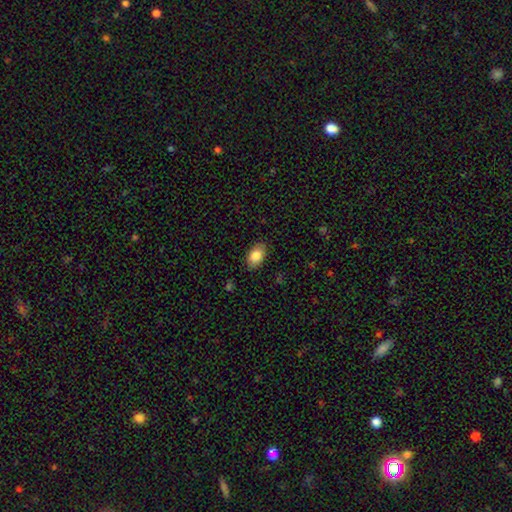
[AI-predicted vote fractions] Smooth or featured: smooth — 85% (featured or disk — 8%)
How rounded: in between — 90% (round — 9%)
Merging: none — 86% (minor disturbance — 10%)